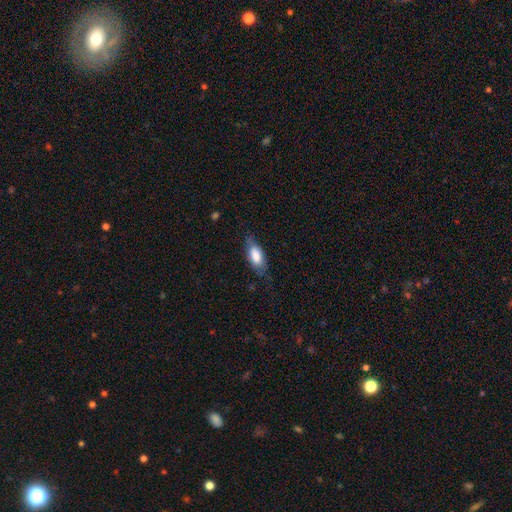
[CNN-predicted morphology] smooth 73%, featured or disk 20%, star or artifact 6%. Down the decision tree: how rounded — in between (83%); merging — none (64%).